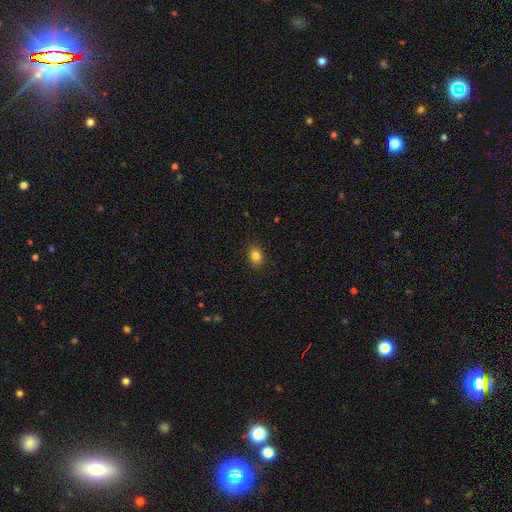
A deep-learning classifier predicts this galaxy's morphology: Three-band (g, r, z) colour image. It shows a smooth galaxy with no disk features (83%) that is in between round and cigar-shaped (61%). Merging: none (89%).